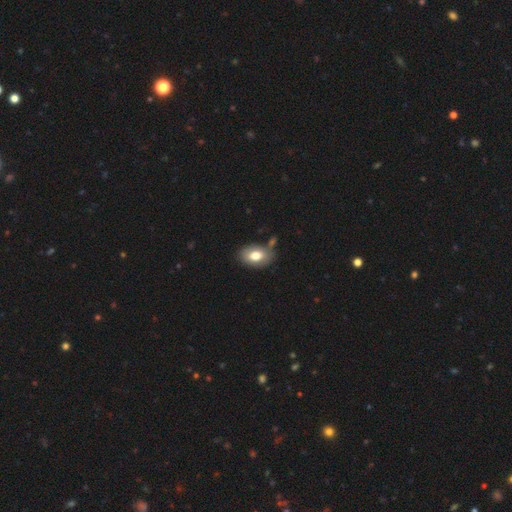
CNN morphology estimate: The model was most divided on "merging": none: 69%, minor disturbance: 17%, merger: 9%, major disturbance: 5%. More confident: how rounded — in between (87%); smooth or featured — smooth (75%).